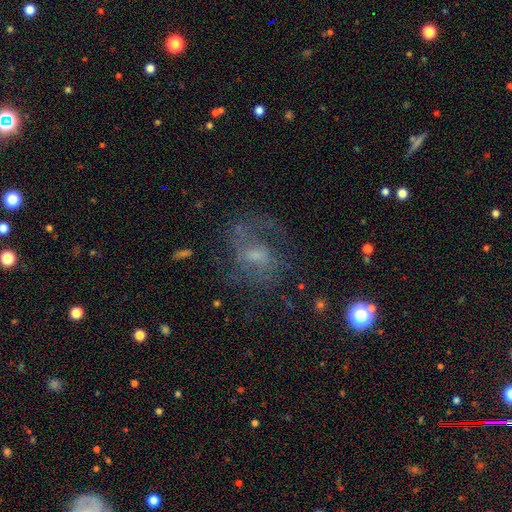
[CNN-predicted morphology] Smooth or featured: featured or disk — 67% (smooth — 19%)
Edge-on disk: no — 97% (yes — 3%)
Bar: weak — 47% (no — 43%)
Spiral arms: yes — 80% (no — 20%)
Spiral winding: medium — 50% (loose — 28%)
Spiral arm count: 2 — 52% (can't tell — 26%)
Bulge size: small — 41% (moderate — 36%)
Merging: none — 58% (major disturbance — 22%)